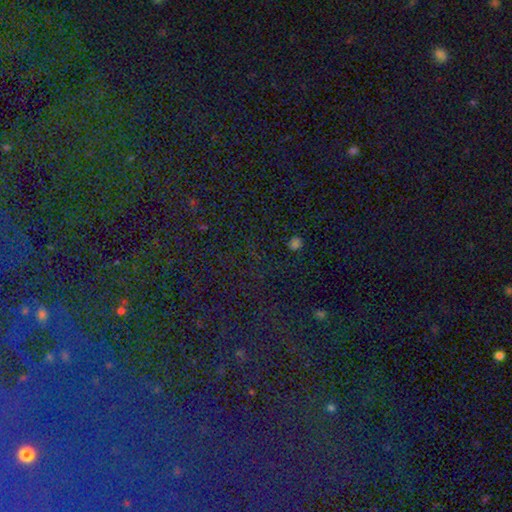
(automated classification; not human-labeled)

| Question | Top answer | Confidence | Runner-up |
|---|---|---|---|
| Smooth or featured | star or artifact | 82% | smooth (10%) |